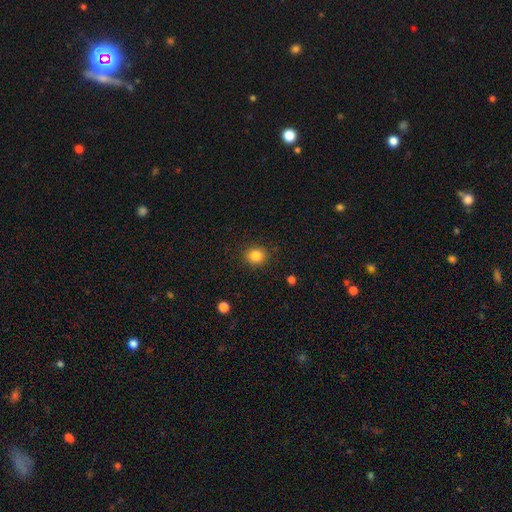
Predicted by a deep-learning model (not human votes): This appears to be a smooth galaxy with no disk features (85%) that is round (80%). Merging: none (89%).